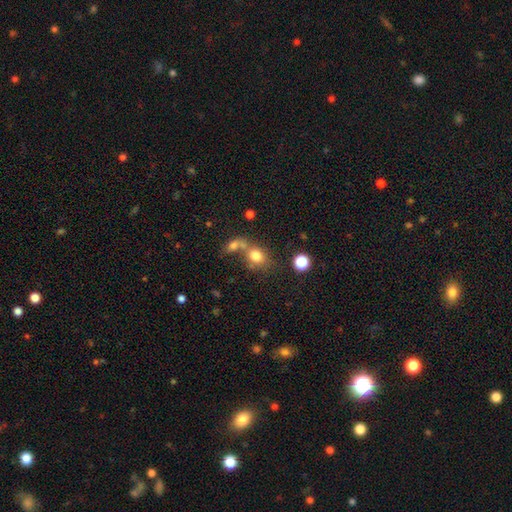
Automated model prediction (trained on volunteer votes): The model was most divided on "merging": none: 44%, merger: 38%, minor disturbance: 11%, major disturbance: 7%. More confident: smooth or featured — smooth (77%); how rounded — round (56%).